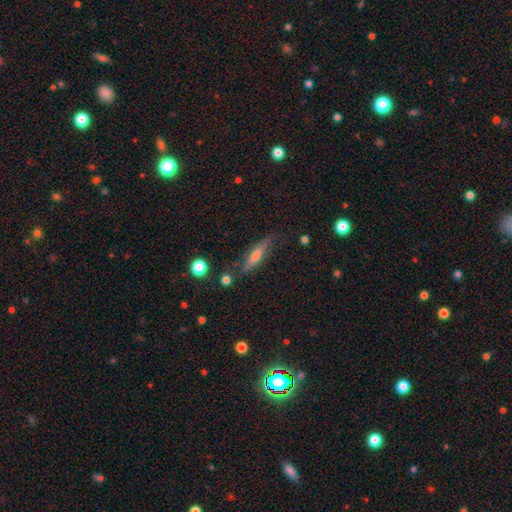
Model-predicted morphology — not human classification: Smooth or featured: featured or disk — 54% (smooth — 37%)
Edge-on disk: yes — 91% (no — 9%)
Merging: none — 77% (minor disturbance — 16%)